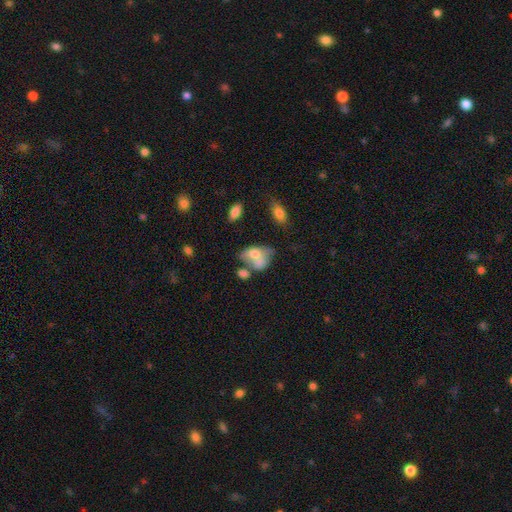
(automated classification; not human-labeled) A smooth galaxy with no disk features (64%) that is in between round and cigar-shaped (80%). Merging: merger (42%).